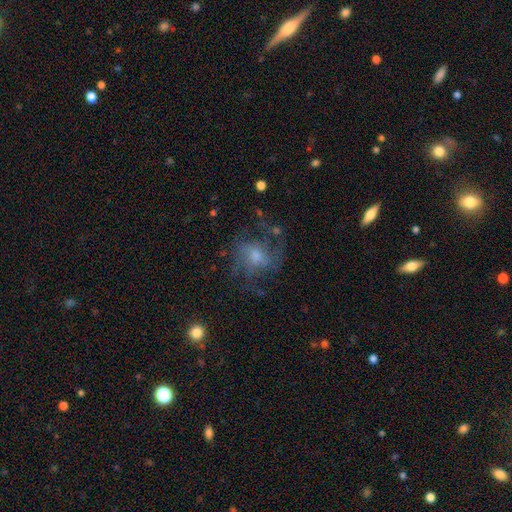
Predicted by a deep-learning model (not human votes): This appears to be a featured or disk galaxy (68%) with no bar (64%), medium (48%) spiral arms (84%) and a moderate central bulge (47%). Merging: none (60%).